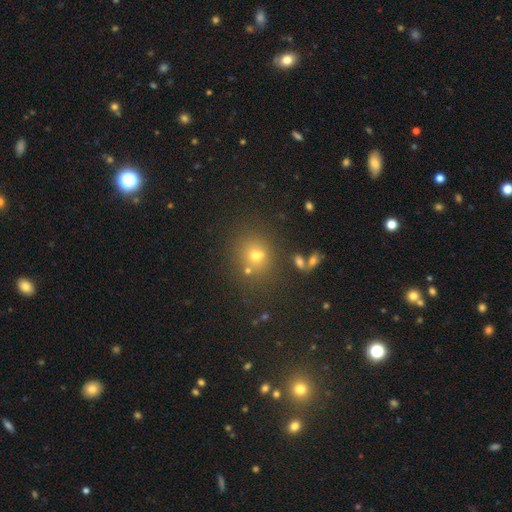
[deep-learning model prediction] The model was most divided on "smooth or featured": smooth: 63%, star or artifact: 26%, featured or disk: 11%. More confident: how rounded — round (82%); merging — none (74%).